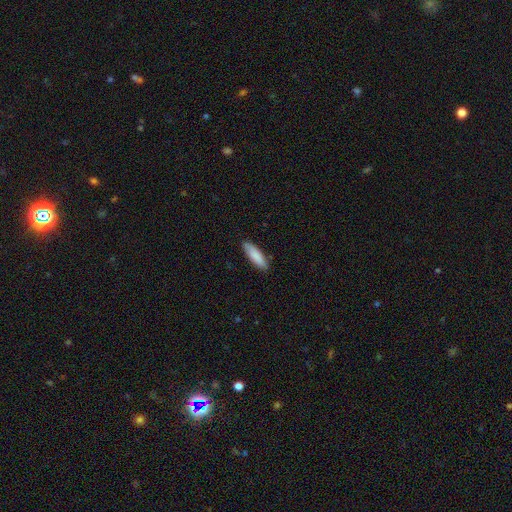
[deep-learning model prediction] A smooth galaxy with no disk features (87%) that is cigar-shaped (52%).

Vote fractions:
- Smooth or featured? smooth: 87% / featured or disk: 8% / star or artifact: 6%
- How rounded? cigar-shaped: 52% / in between: 46% / round: 1%
- Merging? none: 86% / minor disturbance: 11% / major disturbance: 2% / merger: 1%